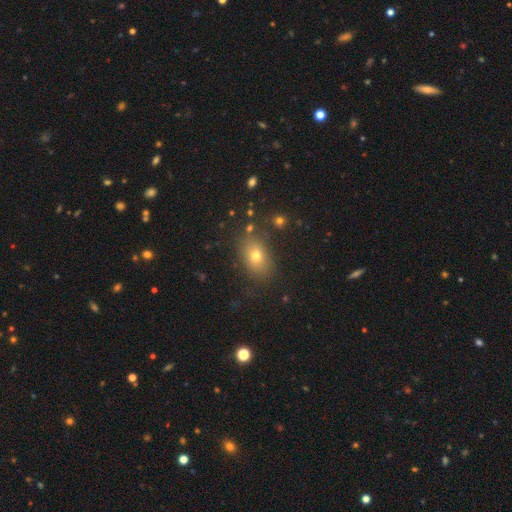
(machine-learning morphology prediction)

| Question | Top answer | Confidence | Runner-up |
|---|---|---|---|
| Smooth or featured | smooth | 70% | star or artifact (15%) |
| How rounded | in between | 75% | round (23%) |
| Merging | none | 80% | minor disturbance (12%) |